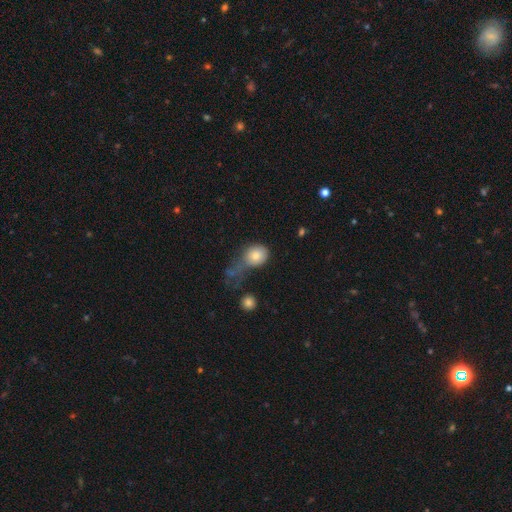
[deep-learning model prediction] Smooth or featured? Predicted: smooth (p=0.79). How rounded? Predicted: round (p=0.66). Merging? Predicted: none (p=0.33).